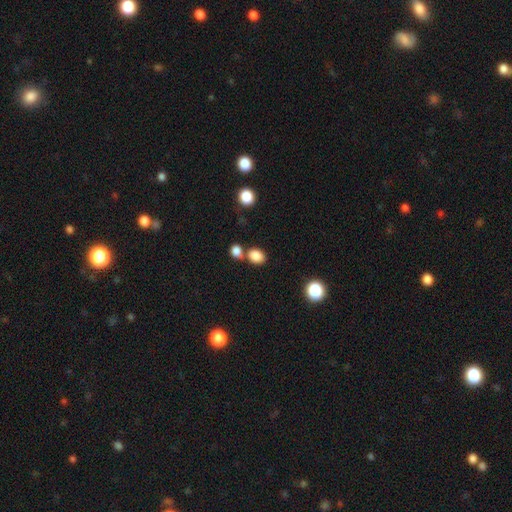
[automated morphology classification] Smooth or featured?
  - smooth: 85% *
  - star or artifact: 10%
  - featured or disk: 5%
How rounded?
  - in between: 61% *
  - round: 38%
  - cigar-shaped: 1%
Merging?
  - none: 54% *
  - merger: 32%
  - minor disturbance: 10%
  - major disturbance: 3%